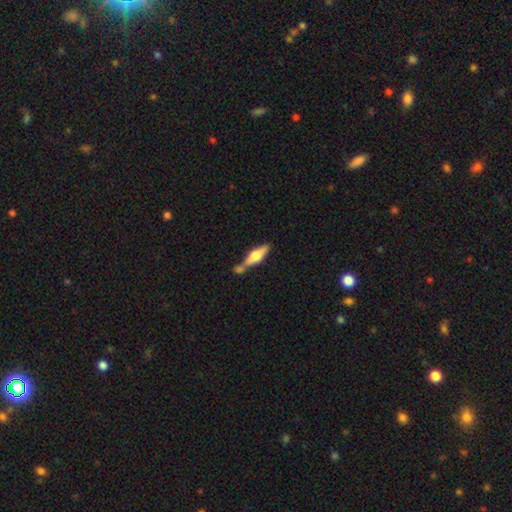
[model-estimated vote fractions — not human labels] The model was most divided on "smooth or featured": featured or disk: 55%, smooth: 39%, star or artifact: 6%. Remaining: edge-on disk — yes (91%); edge-on bulge — rounded (88%); merging — none (49%).